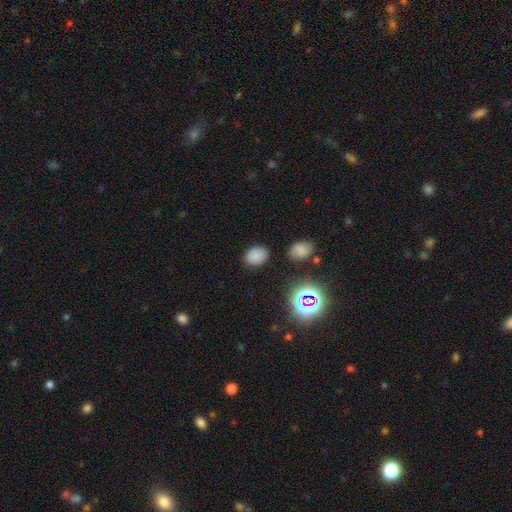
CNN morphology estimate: smooth_or_featured: smooth (p=0.79) [alt: star or artifact p=0.16]
how_rounded: in between (p=0.68) [alt: round p=0.30]
merging: none (p=0.82) [alt: minor disturbance p=0.12]